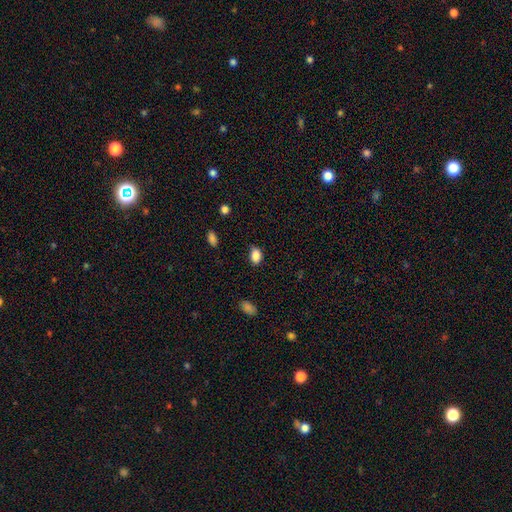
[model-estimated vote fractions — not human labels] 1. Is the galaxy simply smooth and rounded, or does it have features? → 87% smooth, 9% star or artifact, 4% featured or disk.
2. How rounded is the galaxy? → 79% in between, 20% round, 1% cigar-shaped.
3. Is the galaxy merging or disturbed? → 72% none, 22% minor disturbance, 4% major disturbance, 2% merger.